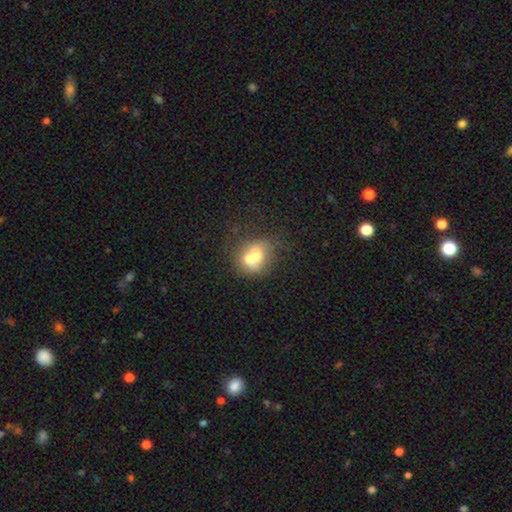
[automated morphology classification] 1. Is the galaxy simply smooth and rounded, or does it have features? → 59% smooth, 30% featured or disk, 11% star or artifact.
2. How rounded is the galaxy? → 66% round, 33% in between, 1% cigar-shaped.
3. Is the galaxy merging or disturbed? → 59% merger, 27% none, 9% minor disturbance, 5% major disturbance.